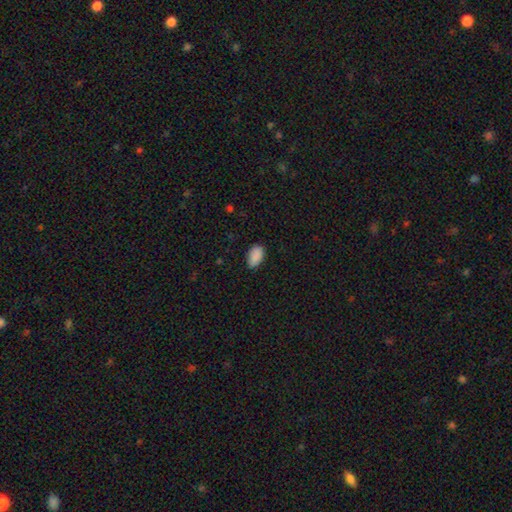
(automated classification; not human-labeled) Smooth or featured?
  - smooth: 90% *
  - star or artifact: 7%
  - featured or disk: 3%
How rounded?
  - in between: 94% *
  - round: 5%
  - cigar-shaped: 2%
Merging?
  - none: 81% *
  - minor disturbance: 15%
  - major disturbance: 3%
  - merger: 1%